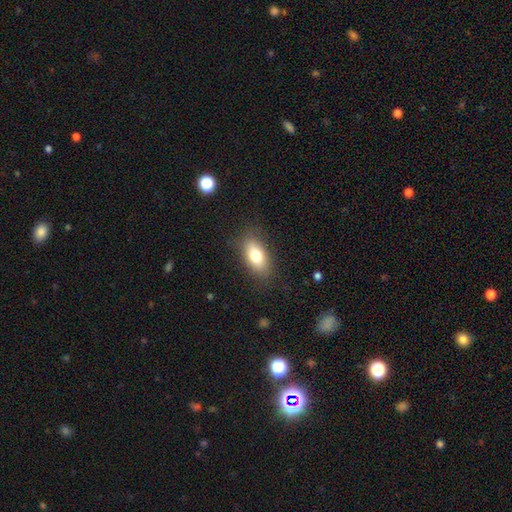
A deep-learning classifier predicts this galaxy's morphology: Smooth or featured? Predicted: smooth (p=0.76). How rounded? Predicted: in between (p=0.86). Merging? Predicted: none (p=0.83).